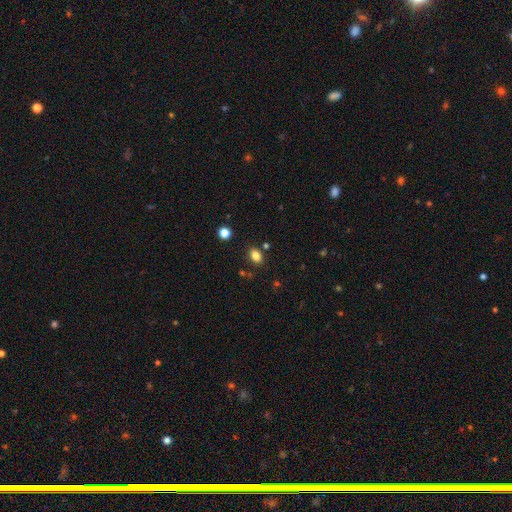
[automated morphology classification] A smooth galaxy with no disk features (83%) that is in between round and cigar-shaped (76%). Merging: none (83%).